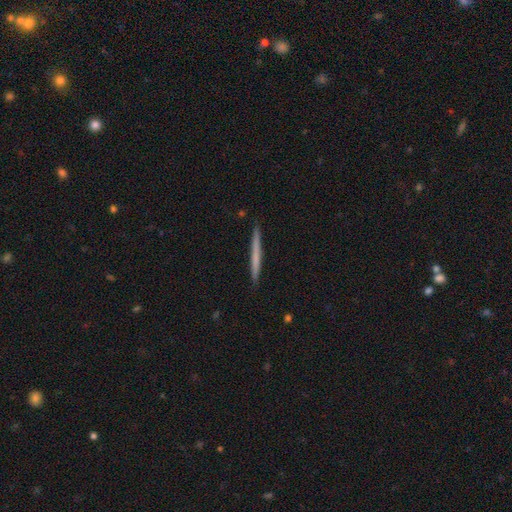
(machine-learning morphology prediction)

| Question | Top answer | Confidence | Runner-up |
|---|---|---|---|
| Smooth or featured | smooth | 57% | featured or disk (38%) |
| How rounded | cigar-shaped | 97% | in between (2%) |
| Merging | none | 92% | minor disturbance (6%) |